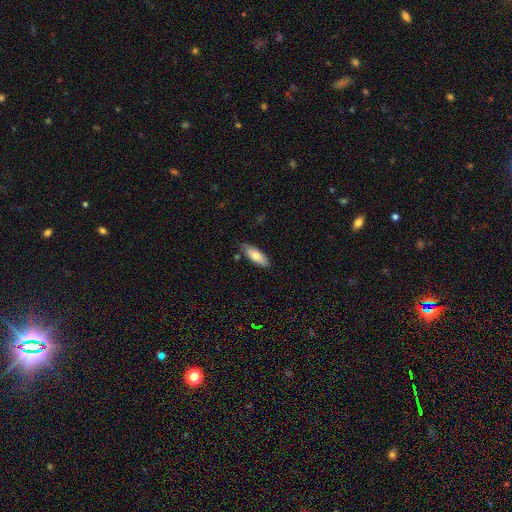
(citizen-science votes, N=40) A smooth galaxy with no disk features (72%) that is in between round and cigar-shaped (86%). Merging: none (78%).